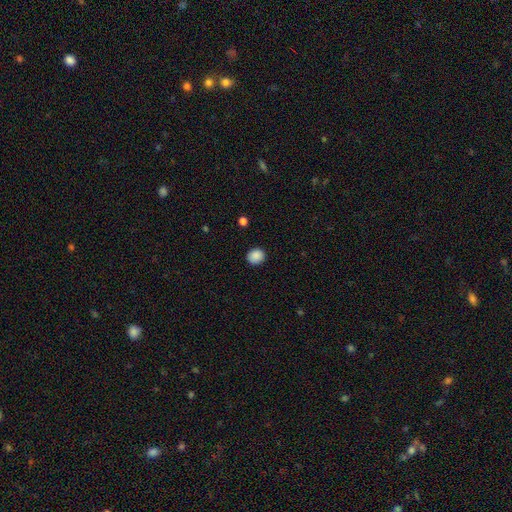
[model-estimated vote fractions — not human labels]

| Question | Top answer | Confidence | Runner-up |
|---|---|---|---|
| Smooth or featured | smooth | 89% | star or artifact (9%) |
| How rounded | round | 73% | in between (26%) |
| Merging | none | 90% | minor disturbance (7%) |